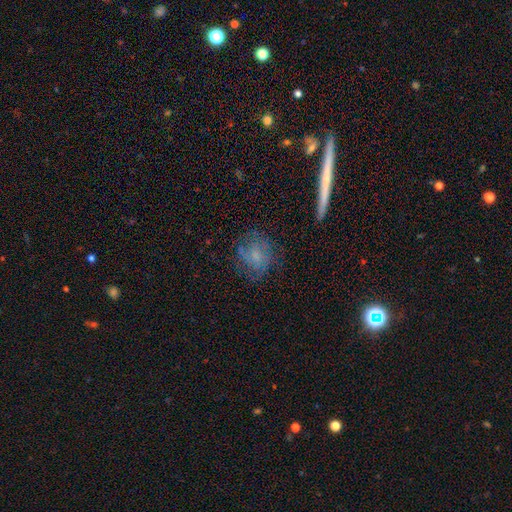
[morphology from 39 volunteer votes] This appears to be a smooth galaxy with no disk features (59%) that is round (70%). Merging: none (64%).